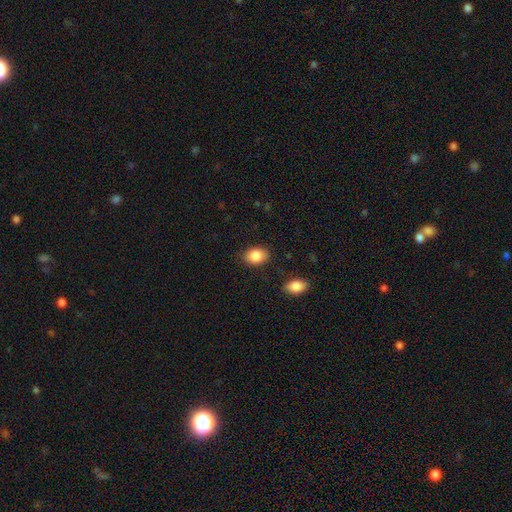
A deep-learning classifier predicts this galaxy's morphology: Q: Smooth or featured?
A: smooth (86%); runner-up: star or artifact (8%)
Q: How rounded?
A: in between (77%); runner-up: round (22%)
Q: Merging?
A: none (84%); runner-up: minor disturbance (11%)